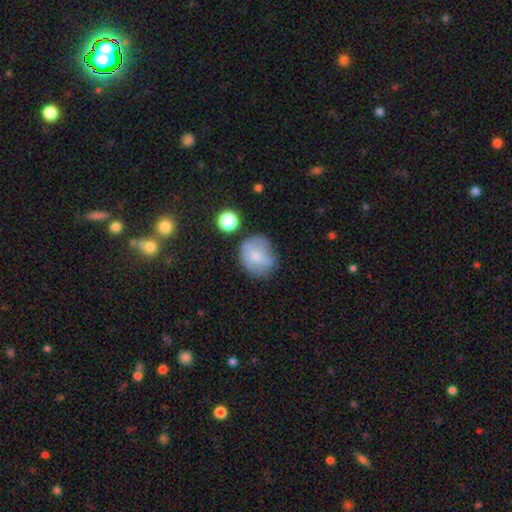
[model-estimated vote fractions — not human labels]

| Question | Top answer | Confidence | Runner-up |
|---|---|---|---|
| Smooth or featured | smooth | 65% | featured or disk (26%) |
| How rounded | round | 67% | in between (32%) |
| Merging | none | 53% | minor disturbance (29%) |